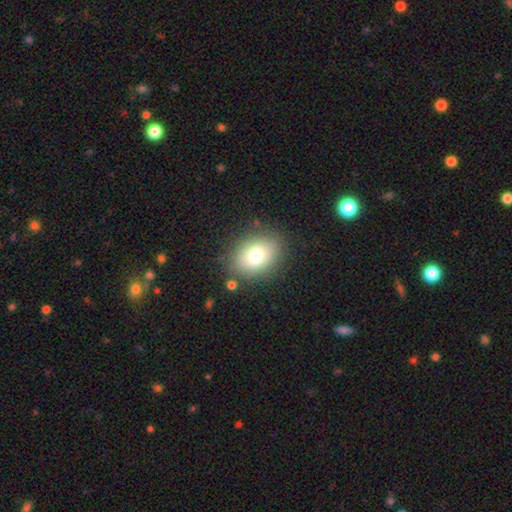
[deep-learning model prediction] smooth 74%, featured or disk 16%, star or artifact 10%. Down the decision tree: how rounded — in between (70%); merging — none (80%).